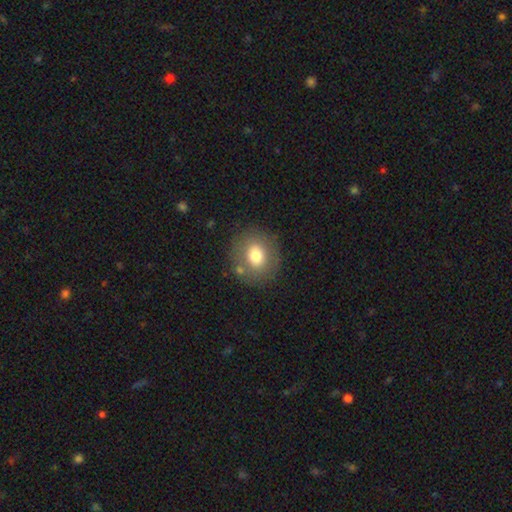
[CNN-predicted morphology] Overall: smooth (74%). How rounded: round (78%). Merging: none (81%).